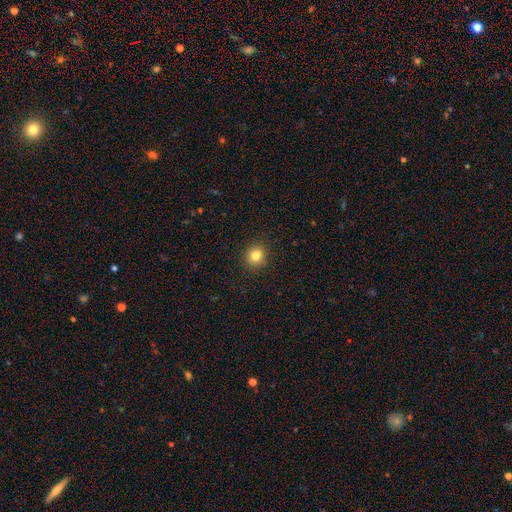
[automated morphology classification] Q: Smooth or featured?
A: smooth (80%); runner-up: star or artifact (13%)
Q: How rounded?
A: round (81%); runner-up: in between (18%)
Q: Merging?
A: none (90%); runner-up: minor disturbance (7%)